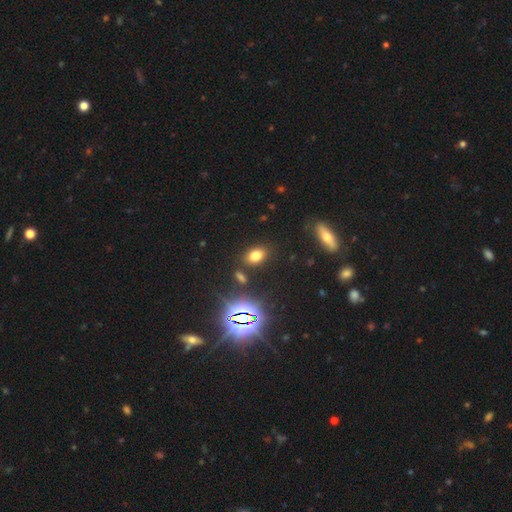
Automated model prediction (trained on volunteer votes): The model was most divided on "smooth or featured": smooth: 70%, star or artifact: 22%, featured or disk: 8%. More confident: merging — none (83%); how rounded — in between (79%).